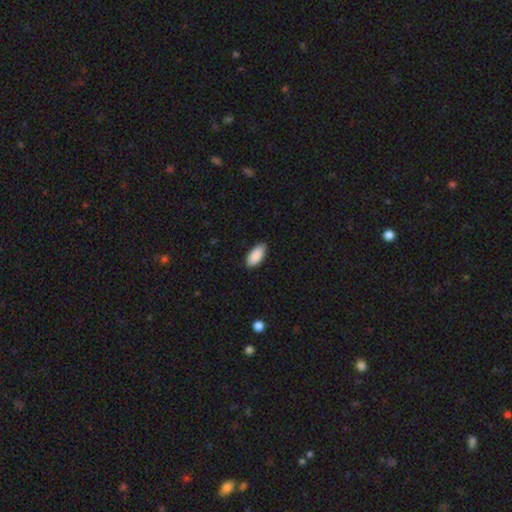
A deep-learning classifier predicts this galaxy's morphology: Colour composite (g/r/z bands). It shows a smooth galaxy with no disk features (90%) that is in between round and cigar-shaped (91%). Merging: none (86%).